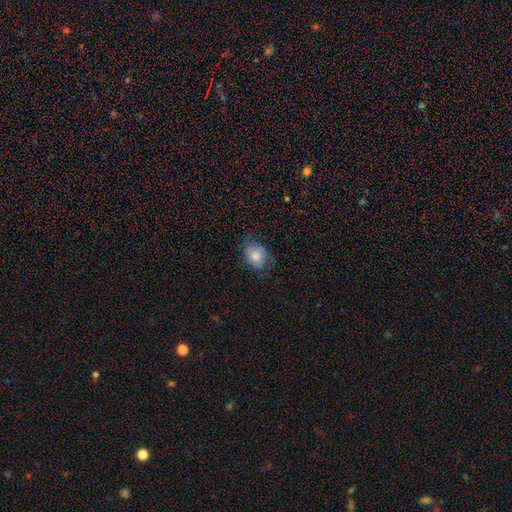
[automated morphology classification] Smooth or featured: smooth — 81% (featured or disk — 11%)
How rounded: in between — 57% (round — 42%)
Merging: none — 64% (minor disturbance — 25%)